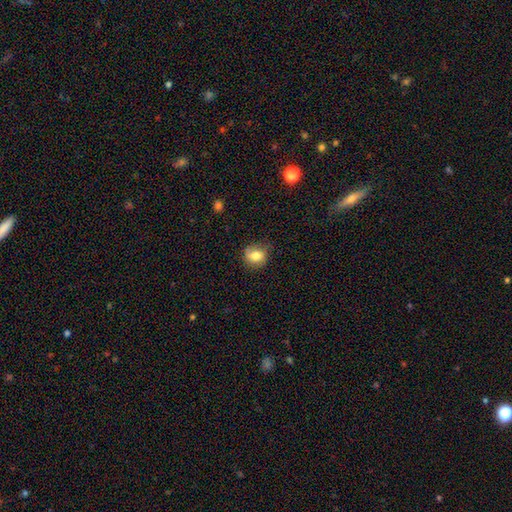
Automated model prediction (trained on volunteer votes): This appears to be a smooth galaxy with no disk features (69%) that is round (72%). Merging: none (68%).